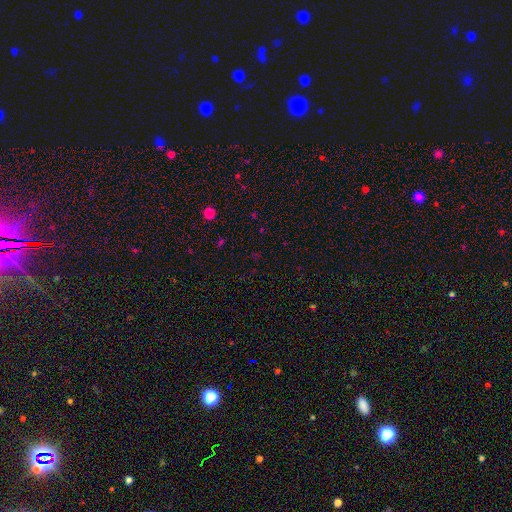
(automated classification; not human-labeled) Smooth or featured?
  - star or artifact: 63% *
  - smooth: 29%
  - featured or disk: 8%